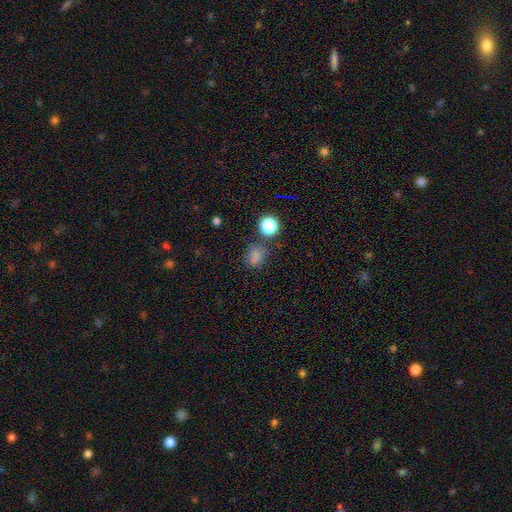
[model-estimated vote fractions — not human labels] smooth_or_featured: smooth (p=0.71) [alt: star or artifact p=0.21]
how_rounded: round (p=0.62) [alt: in between p=0.37]
merging: none (p=0.68) [alt: minor disturbance p=0.16]